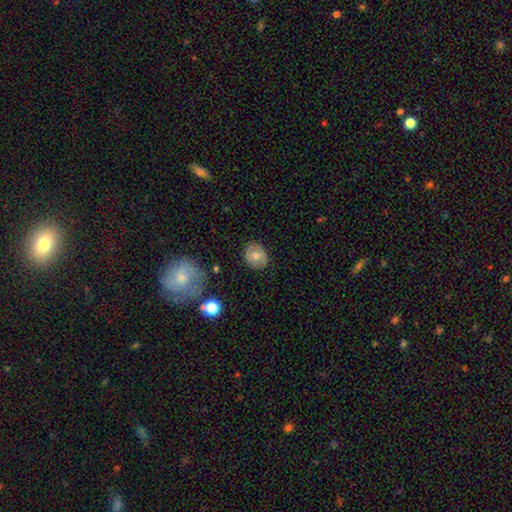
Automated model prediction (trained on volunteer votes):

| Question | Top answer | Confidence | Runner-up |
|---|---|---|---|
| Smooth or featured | smooth | 65% | featured or disk (26%) |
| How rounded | round | 62% | in between (37%) |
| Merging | none | 83% | minor disturbance (12%) |